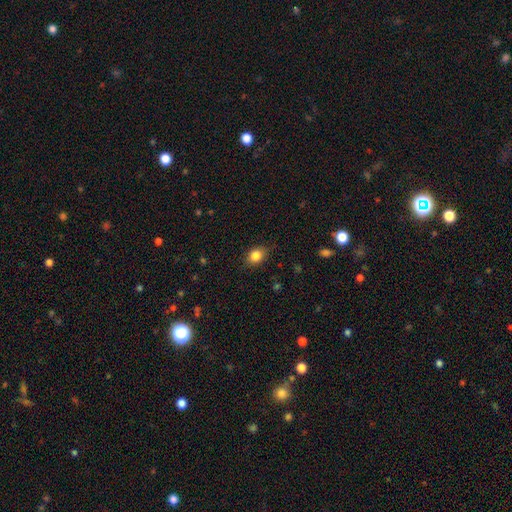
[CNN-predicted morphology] smooth 85%, star or artifact 9%, featured or disk 6%. Down the decision tree: how rounded — in between (62%); merging — none (83%).